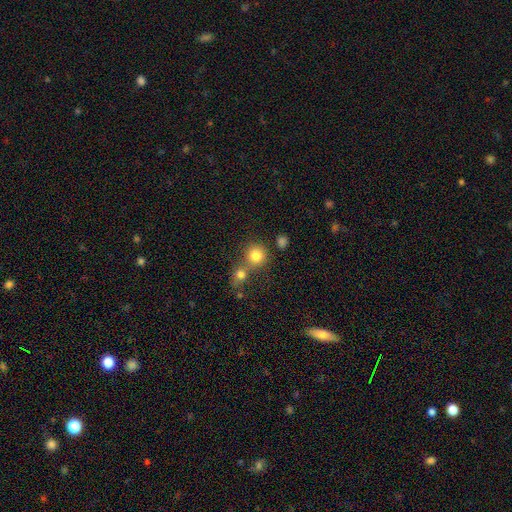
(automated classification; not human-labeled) Smooth or featured?
  - smooth: 80% *
  - star or artifact: 12%
  - featured or disk: 8%
How rounded?
  - round: 88% *
  - in between: 11%
  - cigar-shaped: 1%
Merging?
  - none: 54% *
  - merger: 35%
  - minor disturbance: 8%
  - major disturbance: 4%